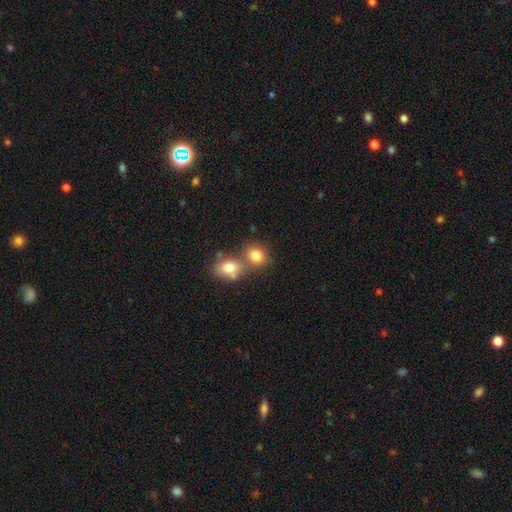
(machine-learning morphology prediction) type=smooth (81%); roundness=round (62%); merging=none (45%).